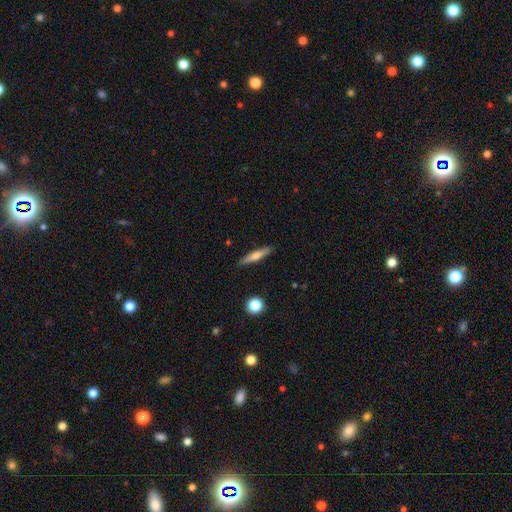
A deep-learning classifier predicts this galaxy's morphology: Smooth or featured: smooth — 57% (featured or disk — 36%)
How rounded: cigar-shaped — 90% (in between — 8%)
Merging: none — 89% (minor disturbance — 8%)